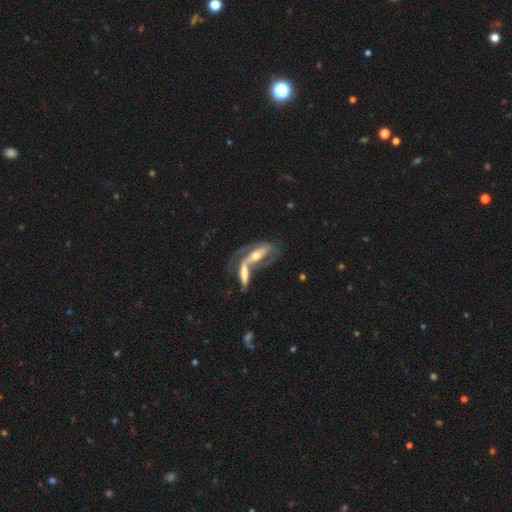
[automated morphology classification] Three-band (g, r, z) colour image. It shows a featured or disk galaxy (76%) with no bar (40%), spiral arms (82%) and a moderate central bulge (57%). Merging: merger (58%).